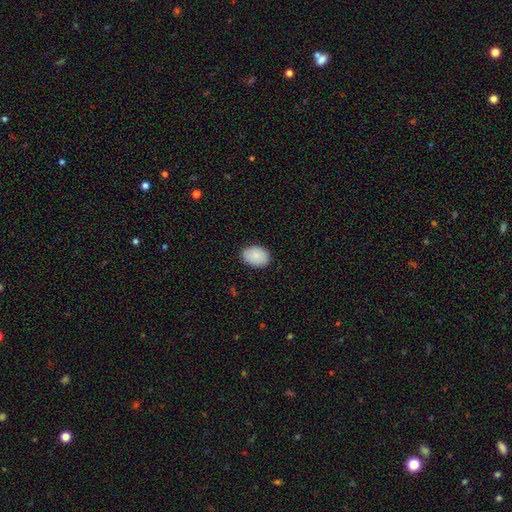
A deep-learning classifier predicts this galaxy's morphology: smooth_or_featured: smooth (p=0.89) [alt: star or artifact p=0.06]
how_rounded: in between (p=0.79) [alt: round p=0.20]
merging: none (p=0.87) [alt: minor disturbance p=0.10]